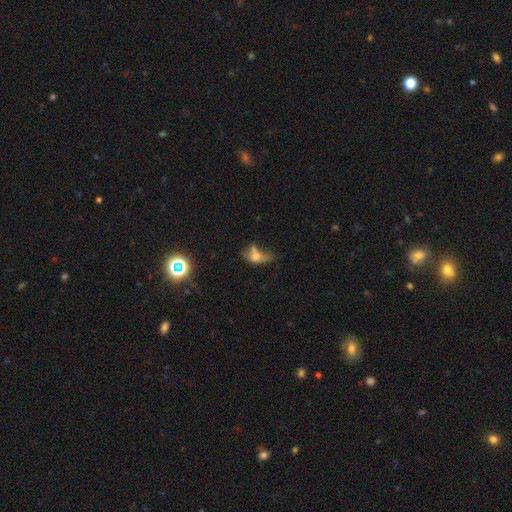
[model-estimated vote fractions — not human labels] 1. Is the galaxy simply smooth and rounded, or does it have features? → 57% smooth, 27% featured or disk, 16% star or artifact.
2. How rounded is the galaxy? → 77% in between, 15% round, 8% cigar-shaped.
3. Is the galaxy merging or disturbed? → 30% merger, 29% major disturbance, 21% none, 20% minor disturbance.